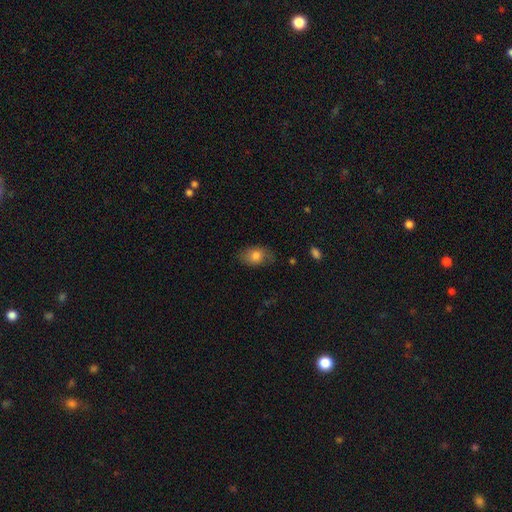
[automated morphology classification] This appears to be a smooth galaxy with no disk features (79%) that is in between round and cigar-shaped (83%). Merging: none (69%).